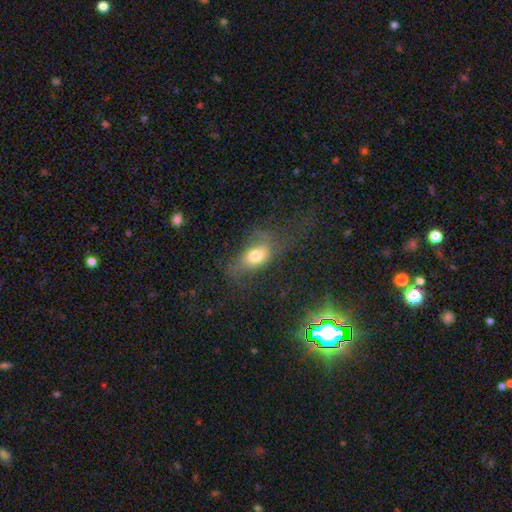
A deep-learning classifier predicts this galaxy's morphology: This appears to be a smooth galaxy with no disk features (66%) that is in between round and cigar-shaped (79%). Merging: none (39%).